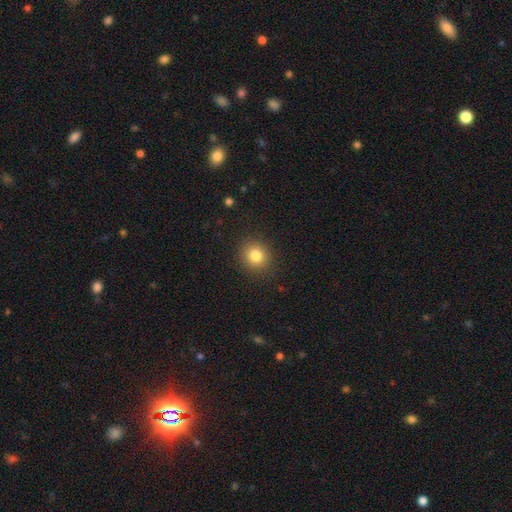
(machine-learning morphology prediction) Q: Smooth or featured?
A: smooth (82%); runner-up: star or artifact (11%)
Q: How rounded?
A: round (86%); runner-up: in between (14%)
Q: Merging?
A: none (89%); runner-up: minor disturbance (7%)